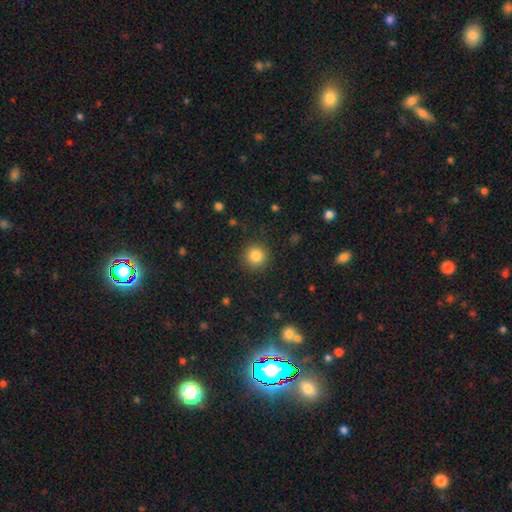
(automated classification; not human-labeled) Smooth or featured? Predicted: smooth (p=0.83). How rounded? Predicted: round (p=0.94). Merging? Predicted: none (p=0.90).